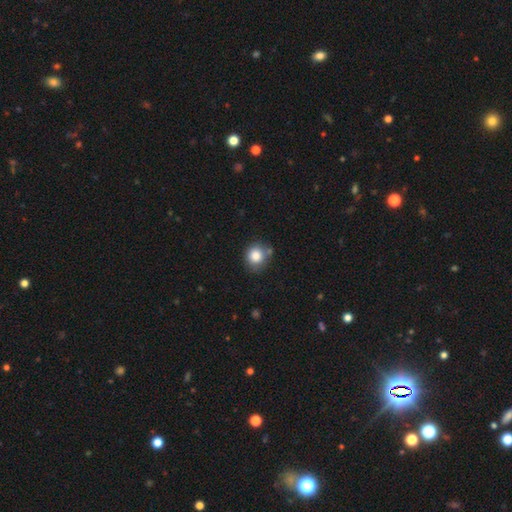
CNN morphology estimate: The model was most divided on "merging": none: 71%, minor disturbance: 17%, merger: 8%, major disturbance: 4%. More confident: how rounded — round (84%); smooth or featured — smooth (83%).